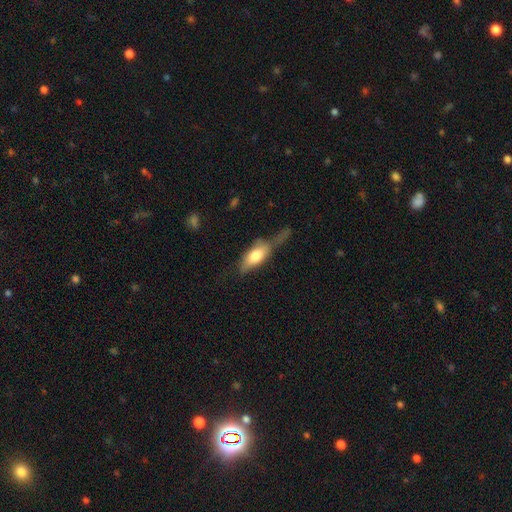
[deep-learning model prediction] A smooth galaxy with no disk features (69%) that is in between round and cigar-shaped (76%). Merging: minor disturbance (31%, tied with major disturbance).